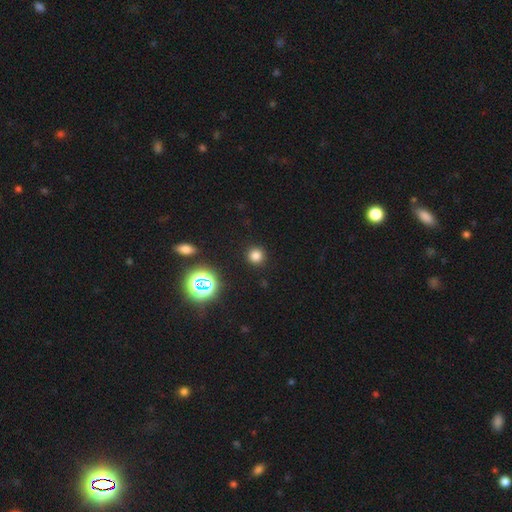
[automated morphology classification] Smooth or featured?
  - smooth: 77% *
  - star or artifact: 18%
  - featured or disk: 5%
How rounded?
  - round: 94% *
  - in between: 5%
  - cigar-shaped: 1%
Merging?
  - none: 91% *
  - minor disturbance: 5%
  - major disturbance: 2%
  - merger: 1%